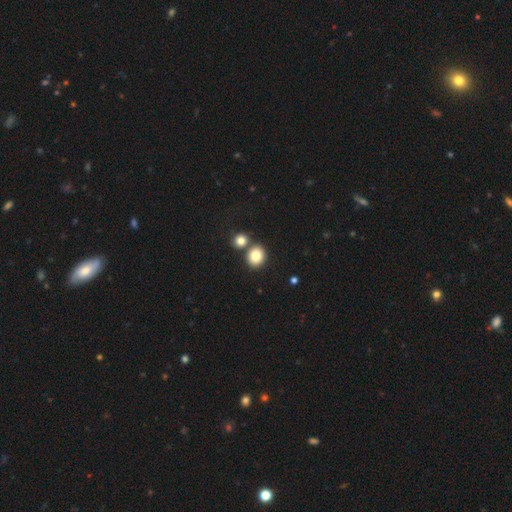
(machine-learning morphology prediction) smooth-or-featured: smooth: 82% | star or artifact: 10% | featured or disk: 8%
  how-rounded: round: 69% | in between: 30% | cigar-shaped: 1%
  merging: none: 66% | merger: 24% | minor disturbance: 8% | major disturbance: 2%